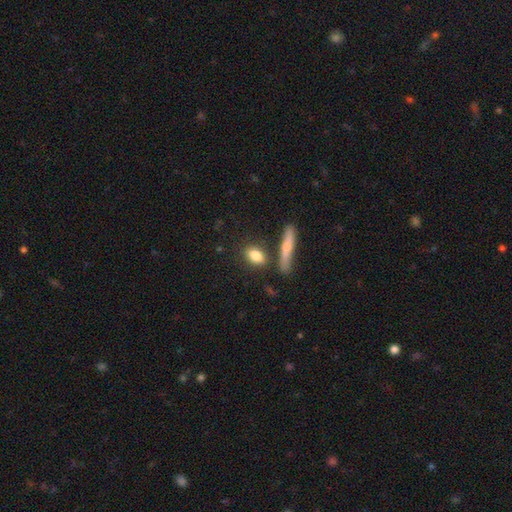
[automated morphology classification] Smooth or featured?
  - smooth: 82% *
  - featured or disk: 11%
  - star or artifact: 7%
How rounded?
  - in between: 70% *
  - cigar-shaped: 17%
  - round: 12%
Merging?
  - none: 73% *
  - minor disturbance: 12%
  - merger: 11%
  - major disturbance: 4%